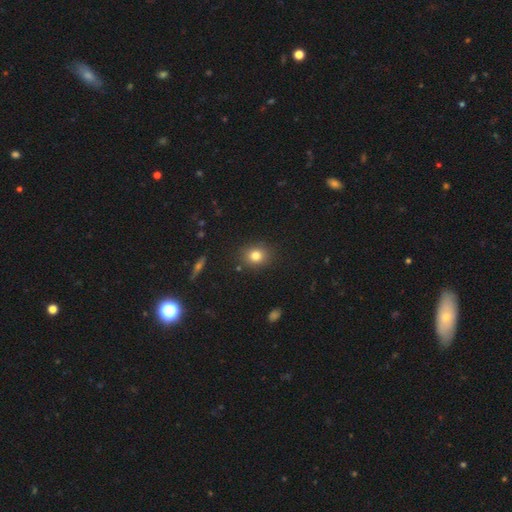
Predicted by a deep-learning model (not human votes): Smooth or featured: smooth — 80% (star or artifact — 12%)
How rounded: round — 69% (in between — 30%)
Merging: none — 87% (minor disturbance — 9%)